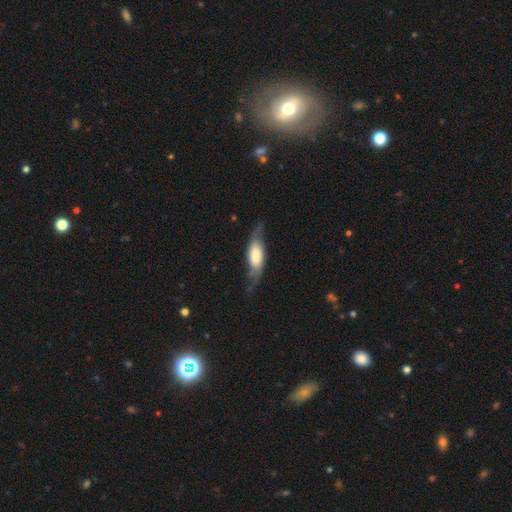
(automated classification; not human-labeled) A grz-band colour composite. It shows a featured or disk galaxy (51%). Merging: none (59%).